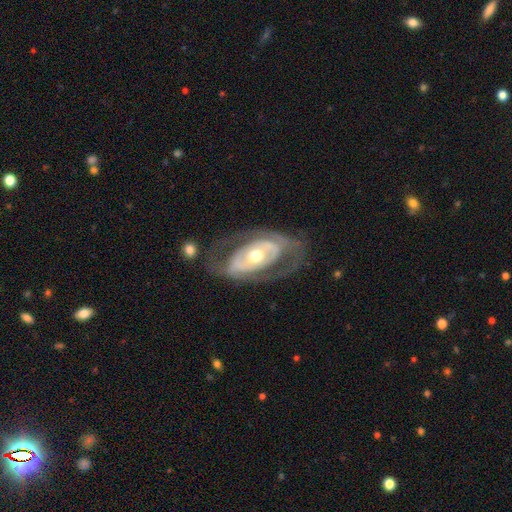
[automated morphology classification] Q: Smooth or featured?
A: featured or disk (77%); runner-up: smooth (19%)
Q: Edge-on disk?
A: no (92%); runner-up: yes (8%)
Q: Bar?
A: no (69%); runner-up: weak (19%)
Q: Spiral arms?
A: no (51%); runner-up: yes (49%)
Q: Bulge size?
A: moderate (71%); runner-up: small (16%)
Q: Merging?
A: none (67%); runner-up: minor disturbance (16%)